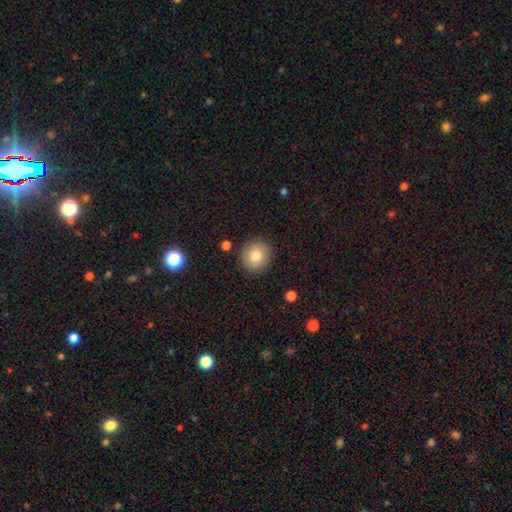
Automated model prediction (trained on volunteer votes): Smooth or featured? Predicted: smooth (p=0.81). How rounded? Predicted: round (p=0.87). Merging? Predicted: none (p=0.89).